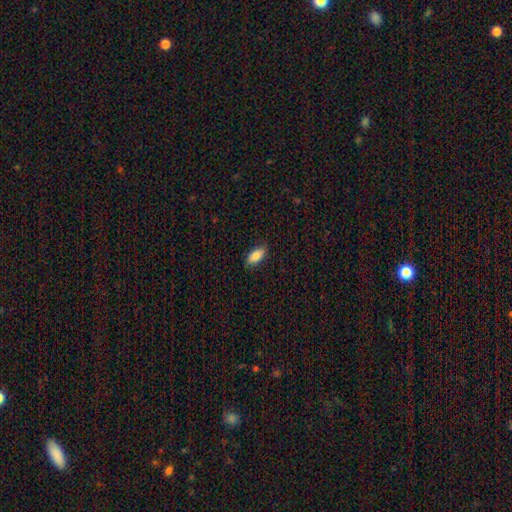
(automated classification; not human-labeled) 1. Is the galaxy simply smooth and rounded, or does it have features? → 85% smooth, 8% featured or disk, 7% star or artifact.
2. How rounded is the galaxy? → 88% in between, 10% cigar-shaped, 2% round.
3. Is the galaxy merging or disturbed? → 84% none, 13% minor disturbance, 2% major disturbance, 1% merger.